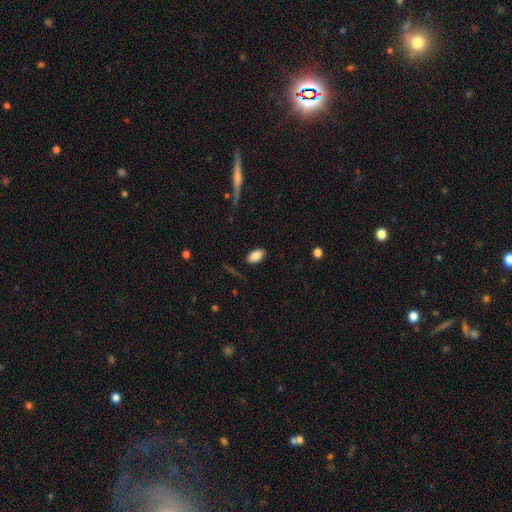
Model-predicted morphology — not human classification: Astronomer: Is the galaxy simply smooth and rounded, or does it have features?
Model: smooth — 86%.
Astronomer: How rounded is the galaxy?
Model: in between — 94%.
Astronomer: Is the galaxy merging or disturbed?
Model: none — 84%.